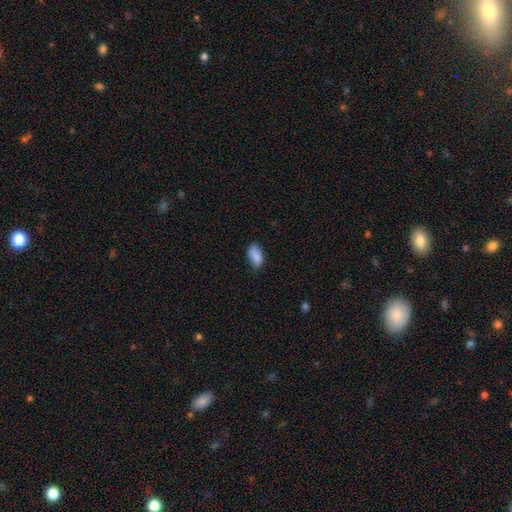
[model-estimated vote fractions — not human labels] smooth-or-featured: smooth: 87% | star or artifact: 7% | featured or disk: 5%
  how-rounded: in between: 93% | cigar-shaped: 3% | round: 3%
  merging: none: 72% | minor disturbance: 23% | major disturbance: 4% | merger: 1%